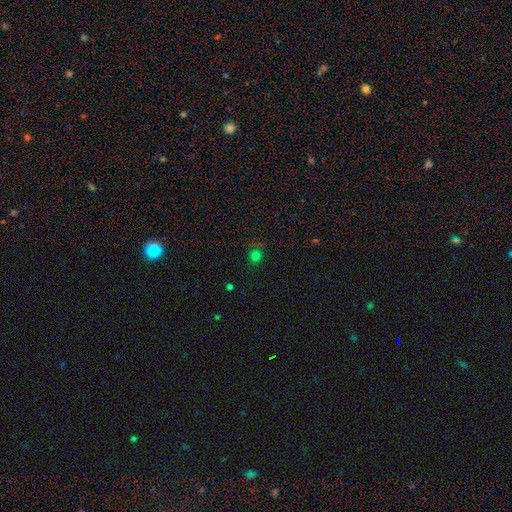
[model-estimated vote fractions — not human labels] smooth-or-featured: smooth: 73% | star or artifact: 23% | featured or disk: 4%
  how-rounded: round: 85% | in between: 14% | cigar-shaped: 1%
  merging: none: 80% | minor disturbance: 13% | major disturbance: 4% | merger: 2%